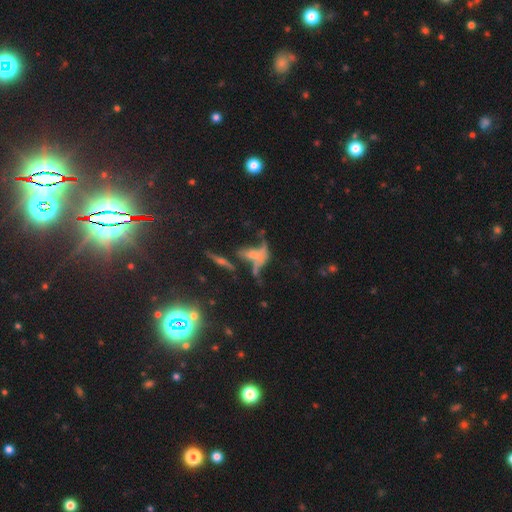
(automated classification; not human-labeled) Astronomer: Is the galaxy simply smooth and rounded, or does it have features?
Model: featured or disk — 51% (runner-up: smooth, 29%).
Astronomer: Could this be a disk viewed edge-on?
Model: no — 68%.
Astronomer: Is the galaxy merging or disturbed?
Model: merger — 34% (runner-up: major disturbance, 27%).